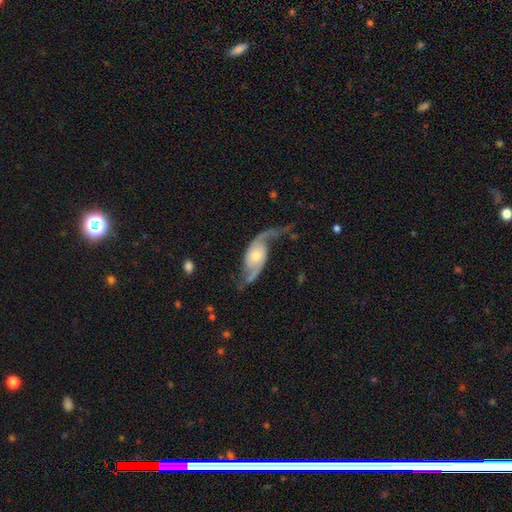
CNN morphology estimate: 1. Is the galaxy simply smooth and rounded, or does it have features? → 86% featured or disk, 9% smooth, 5% star or artifact.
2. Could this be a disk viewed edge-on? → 94% no, 6% yes.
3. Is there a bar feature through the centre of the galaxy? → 65% no, 26% weak, 9% strong.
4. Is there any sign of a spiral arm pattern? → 96% yes, 4% no.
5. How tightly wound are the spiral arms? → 71% loose, 23% medium, 7% tight.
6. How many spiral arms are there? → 91% 2, 4% 1, 2% can't tell, 1% 3, 1% 4, 1% more than 4.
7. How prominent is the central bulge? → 46% moderate, 42% small, 7% large, 3% none, 2% dominant.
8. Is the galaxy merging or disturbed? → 60% none, 20% minor disturbance, 18% major disturbance, 3% merger.